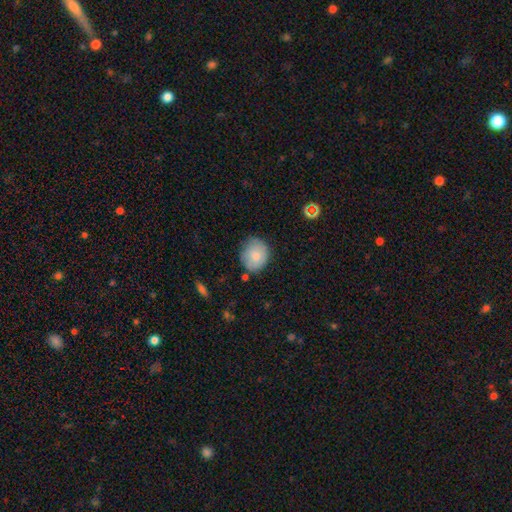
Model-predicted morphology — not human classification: This is clearly a smooth galaxy (80%). How rounded: likely round (65%). Merging: likely none (73%).